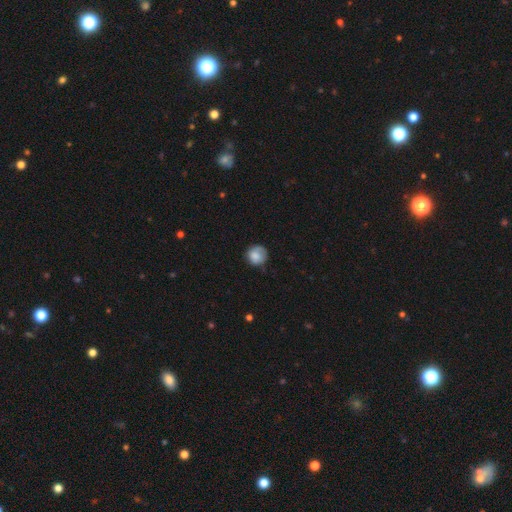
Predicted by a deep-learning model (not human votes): Morphology: type=smooth (81%); roundness=round (87%); merging=none (66%).